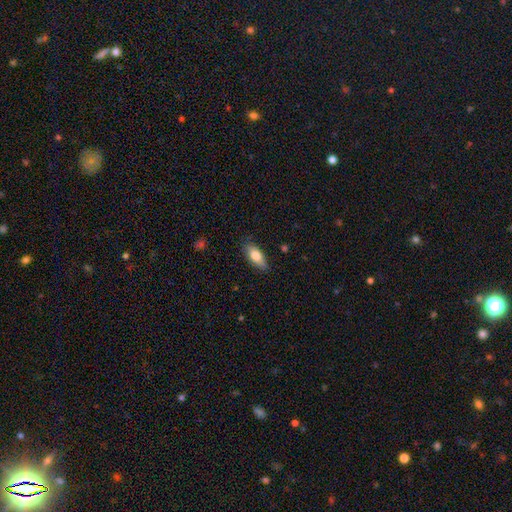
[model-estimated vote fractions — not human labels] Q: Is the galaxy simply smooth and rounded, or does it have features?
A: smooth — 78%.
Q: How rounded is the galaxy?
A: in between — 80%.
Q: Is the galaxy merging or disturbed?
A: none — 84%.